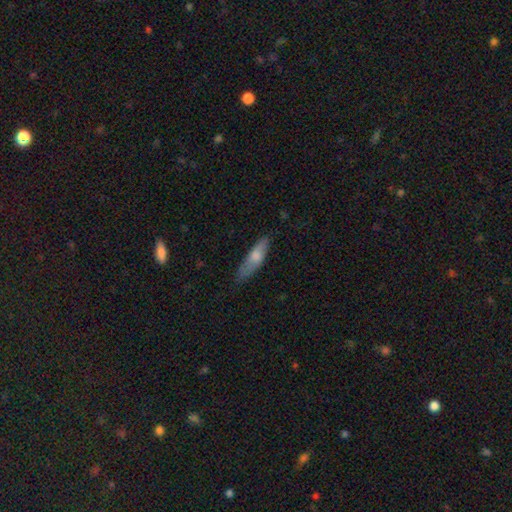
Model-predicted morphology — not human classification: Q: Smooth or featured?
A: smooth (63%); runner-up: featured or disk (31%)
Q: How rounded?
A: cigar-shaped (67%); runner-up: in between (31%)
Q: Merging?
A: none (71%); runner-up: minor disturbance (23%)